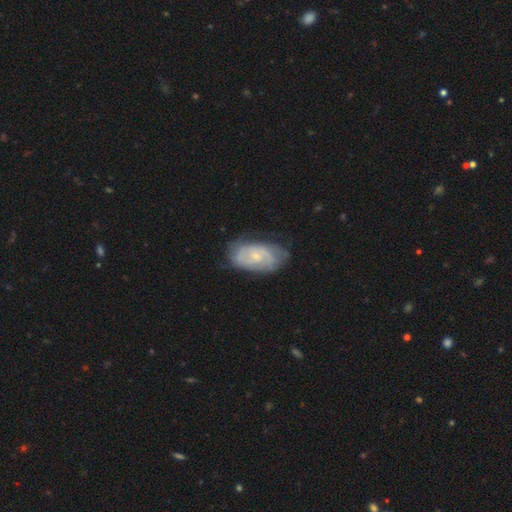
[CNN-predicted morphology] A featured or disk galaxy (69%) with no bar (65%), 2 (41%) tight (54%) spiral arms (86%) and a small central bulge (66%). Merging: none (67%).